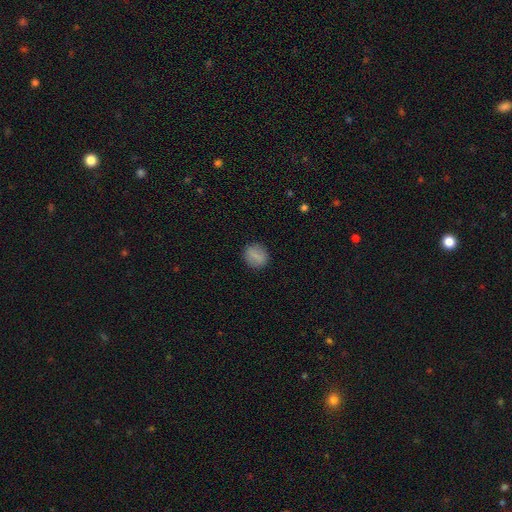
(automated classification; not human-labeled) Morphology: type=smooth (82%); roundness=round (75%); merging=none (89%).